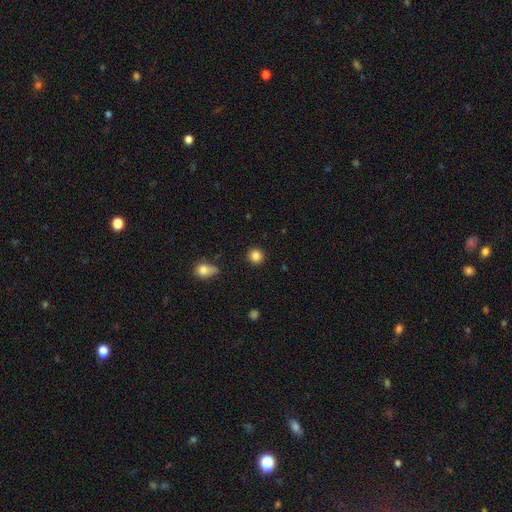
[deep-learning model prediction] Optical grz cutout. It shows a smooth galaxy with no disk features (85%) that is round (90%). Merging: none (89%).